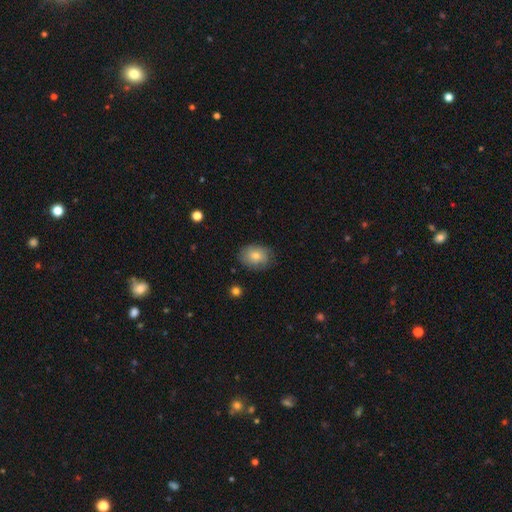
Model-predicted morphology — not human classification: smooth-or-featured: smooth: 71% | featured or disk: 20% | star or artifact: 9%
  how-rounded: in between: 63% | round: 36% | cigar-shaped: 1%
  merging: none: 78% | minor disturbance: 17% | major disturbance: 4% | merger: 1%